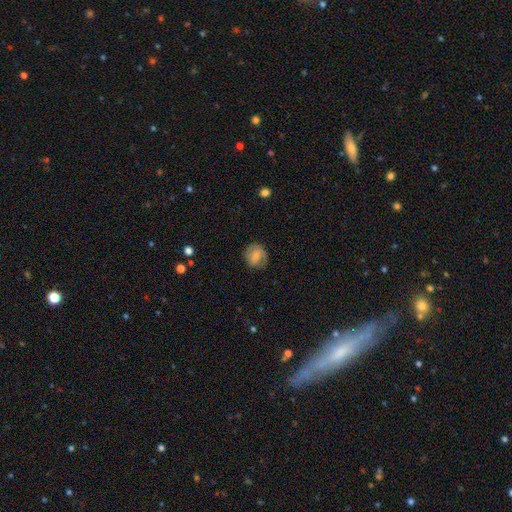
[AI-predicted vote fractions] This appears to be a smooth galaxy with no disk features (64%) that is round (78%). Merging: none (76%).